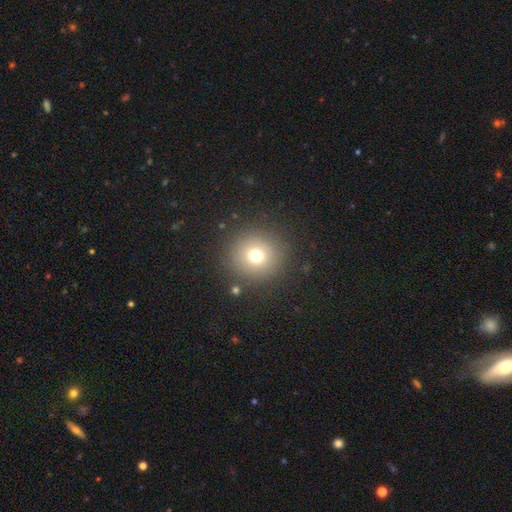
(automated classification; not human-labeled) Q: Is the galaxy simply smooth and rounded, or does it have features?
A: smooth — 72%.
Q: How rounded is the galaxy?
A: round — 94%.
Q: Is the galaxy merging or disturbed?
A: none — 88%.